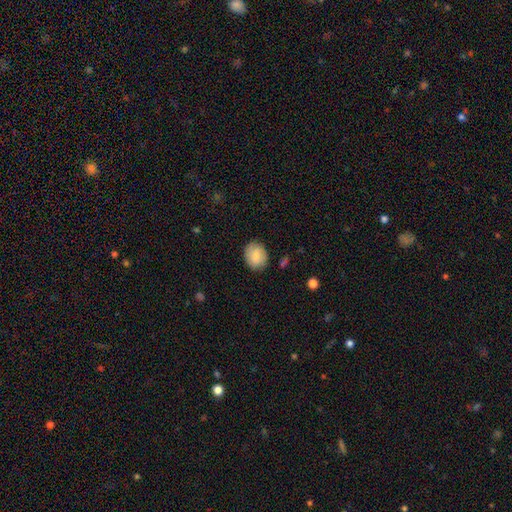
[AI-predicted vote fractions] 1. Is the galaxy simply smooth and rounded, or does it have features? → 82% smooth, 11% featured or disk, 7% star or artifact.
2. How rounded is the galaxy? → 50% in between, 49% round, 1% cigar-shaped.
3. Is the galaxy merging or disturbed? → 82% none, 13% minor disturbance, 3% major disturbance, 1% merger.